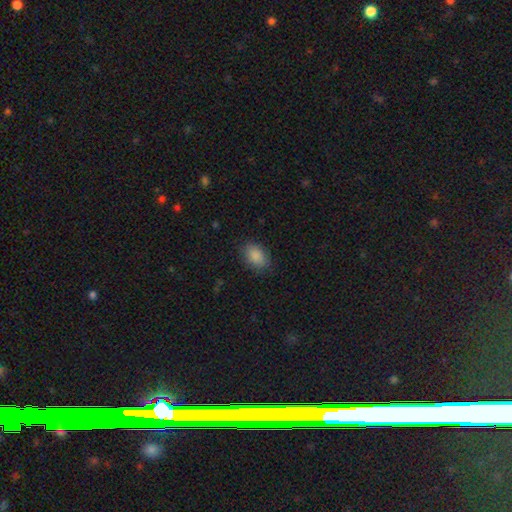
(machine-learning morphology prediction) This is clearly a smooth galaxy (88%). How rounded: clearly in between (85%). Merging: clearly none (84%).